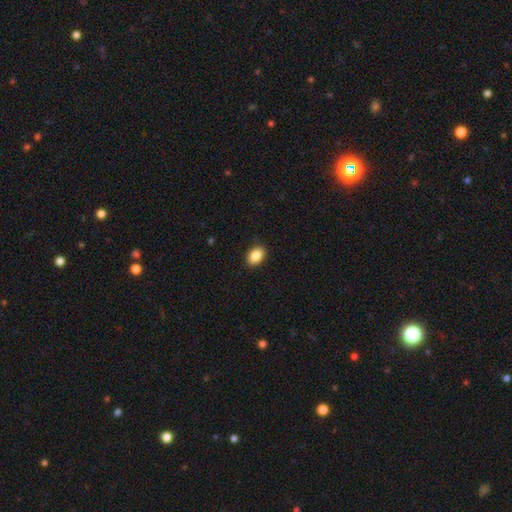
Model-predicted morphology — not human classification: smooth-or-featured: smooth: 88% | star or artifact: 8% | featured or disk: 5%
  how-rounded: in between: 88% | round: 11% | cigar-shaped: 1%
  merging: none: 90% | minor disturbance: 7% | major disturbance: 2% | merger: 1%